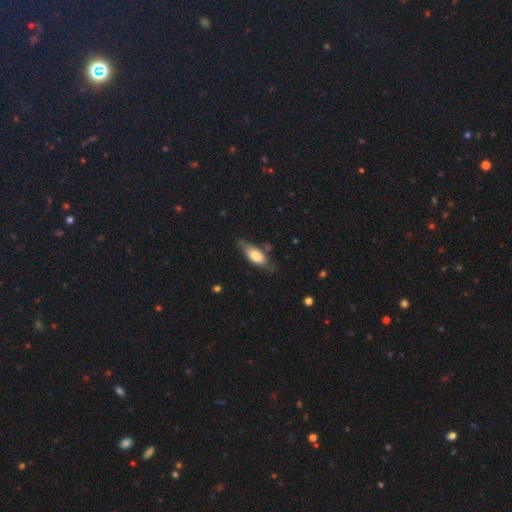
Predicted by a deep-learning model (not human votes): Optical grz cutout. It shows a smooth galaxy with no disk features (64%) that is in between round and cigar-shaped (71%). Merging: none (67%).